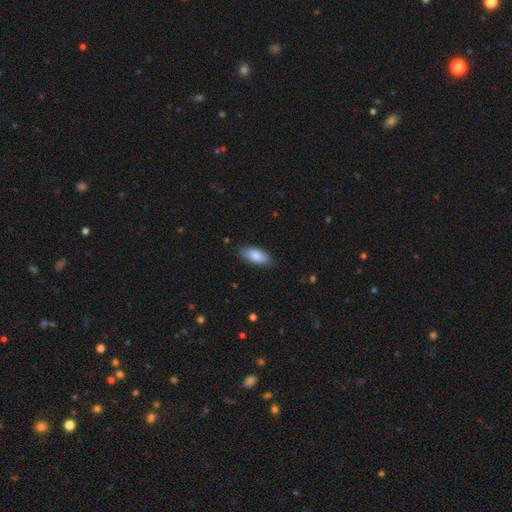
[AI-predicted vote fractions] This is clearly a smooth galaxy (85%). How rounded: clearly in between (86%). Merging: clearly none (83%).